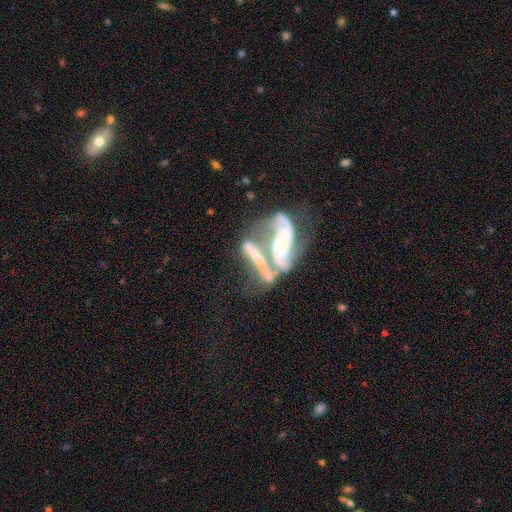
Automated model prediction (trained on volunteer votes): Overall: featured or disk (72%). Edge-on disk: no (77%). Bar: no (58%; weak 21%). Spiral arms: yes (73%). Bulge size: small (48%; moderate 26%). Merging: merger (62%).